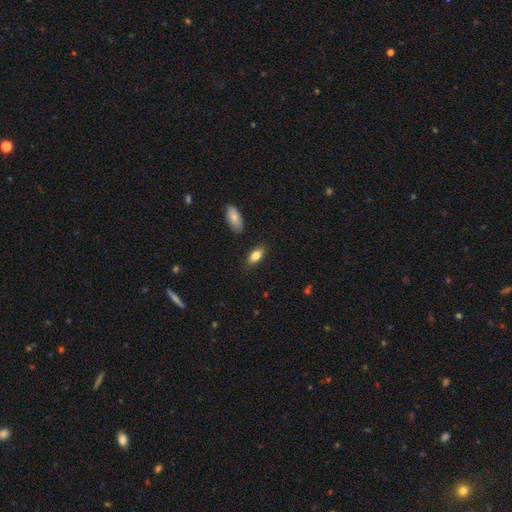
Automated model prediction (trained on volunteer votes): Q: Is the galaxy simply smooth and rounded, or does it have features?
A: smooth — 80%.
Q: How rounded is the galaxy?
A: in between — 86%.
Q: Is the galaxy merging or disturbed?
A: none — 86%.